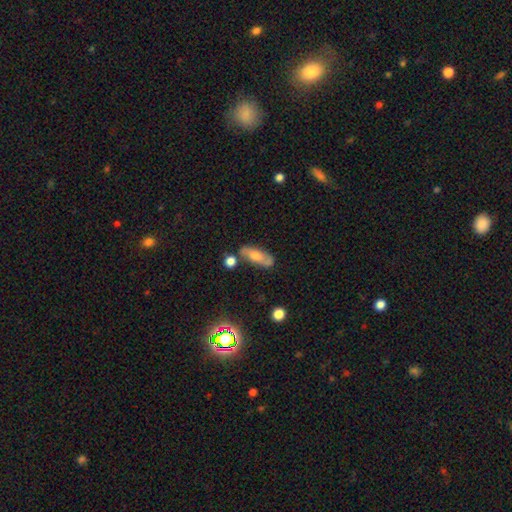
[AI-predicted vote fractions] Q: Smooth or featured?
A: smooth (46%); runner-up: featured or disk (43%)
Q: Merging?
A: none (69%); runner-up: minor disturbance (18%)